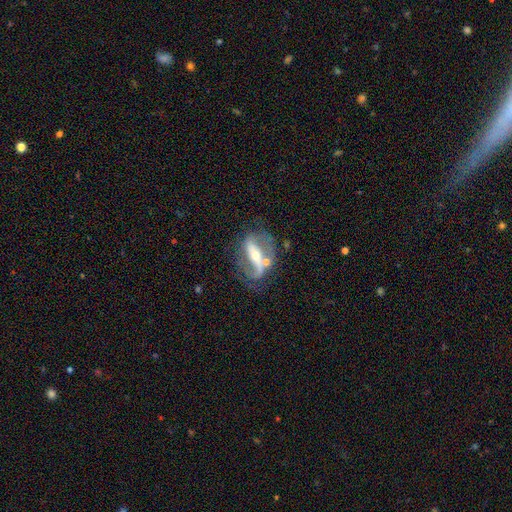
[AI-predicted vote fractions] Overall: featured or disk (81%). Edge-on disk: no (86%). Bar: strong (65%). Spiral arms: yes (78%). Spiral arm count: 2 (79%). Spiral winding: loose (45%; medium 37%). Bulge size: moderate (57%; small 36%). Merging: none (57%; minor disturbance 18%).